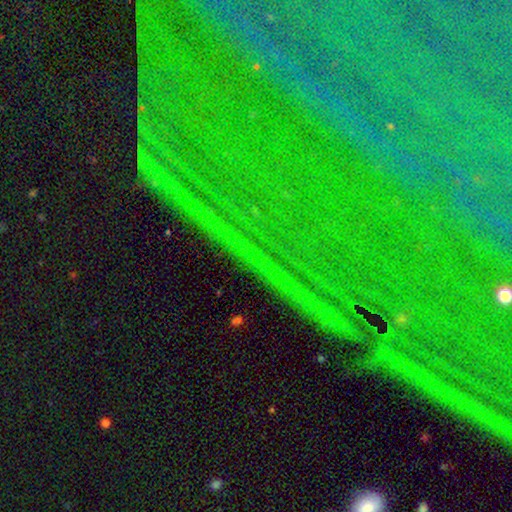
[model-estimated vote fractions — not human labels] A star or artifact, not a galaxy (84%).